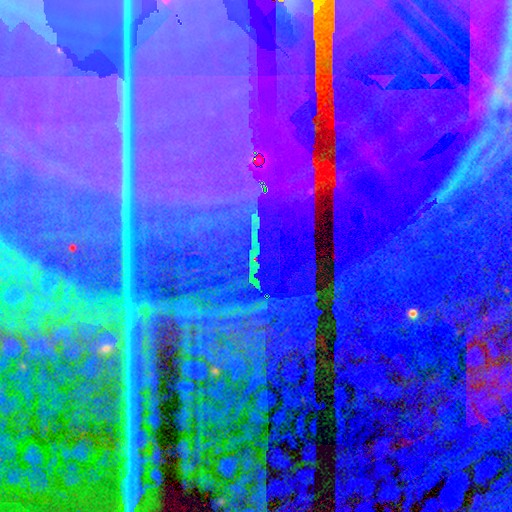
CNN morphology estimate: Smooth or featured? star or artifact (90%)